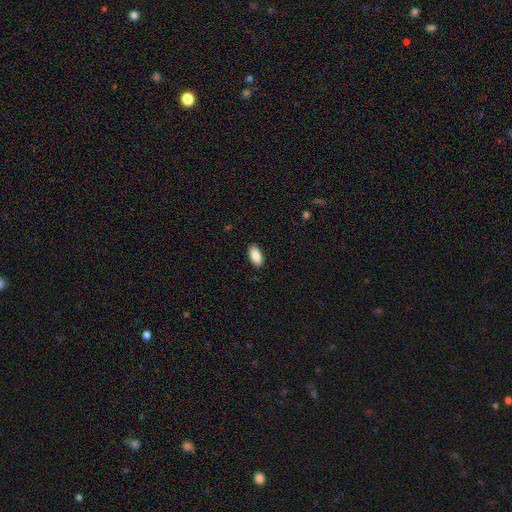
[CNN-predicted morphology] Q: Smooth or featured?
A: smooth (89%); runner-up: star or artifact (6%)
Q: How rounded?
A: in between (94%); runner-up: cigar-shaped (4%)
Q: Merging?
A: none (89%); runner-up: minor disturbance (8%)